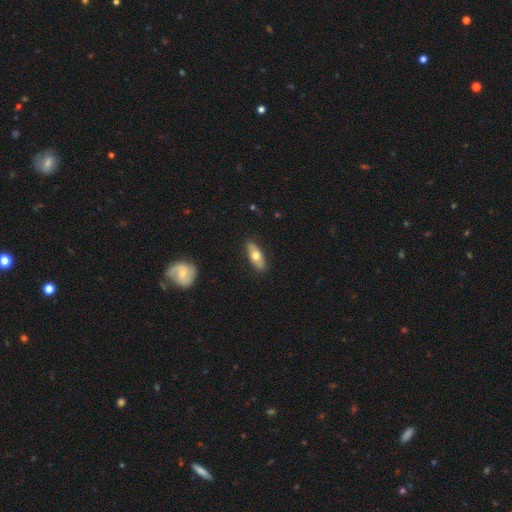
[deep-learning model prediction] Smooth or featured? Predicted: smooth (p=0.60). How rounded? Predicted: in between (p=0.71). Merging? Predicted: none (p=0.88).